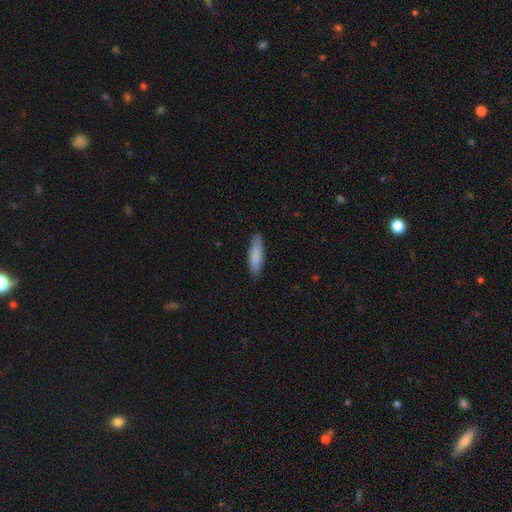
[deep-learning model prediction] Smooth or featured? Predicted: smooth (p=0.86). How rounded? Predicted: cigar-shaped (p=0.63). Merging? Predicted: none (p=0.87).